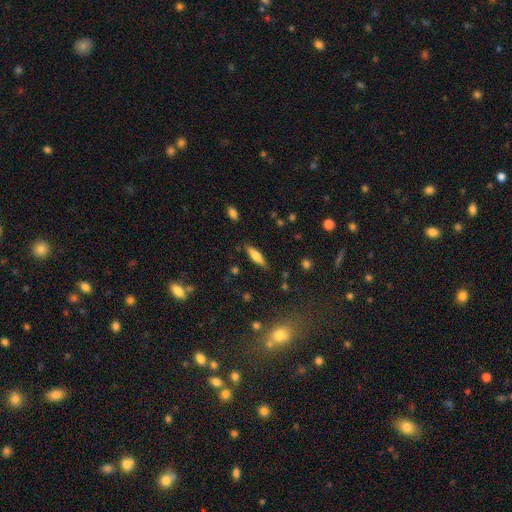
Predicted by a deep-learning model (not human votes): Smooth or featured: smooth — 64% (featured or disk — 28%)
How rounded: cigar-shaped — 58% (in between — 40%)
Merging: none — 84% (minor disturbance — 12%)